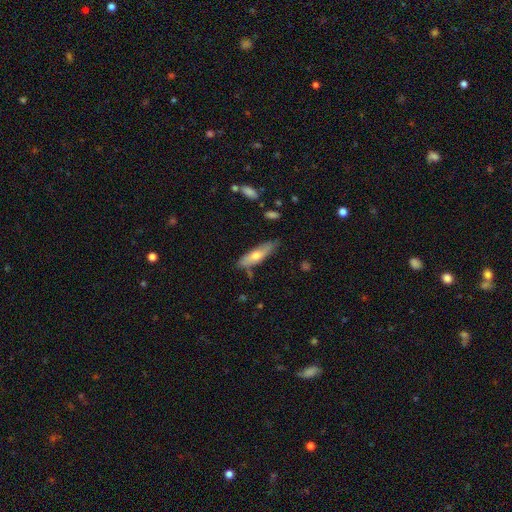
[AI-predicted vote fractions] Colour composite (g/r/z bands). It shows a smooth galaxy with no disk features (59%) that is cigar-shaped (66%). Merging: none (73%).